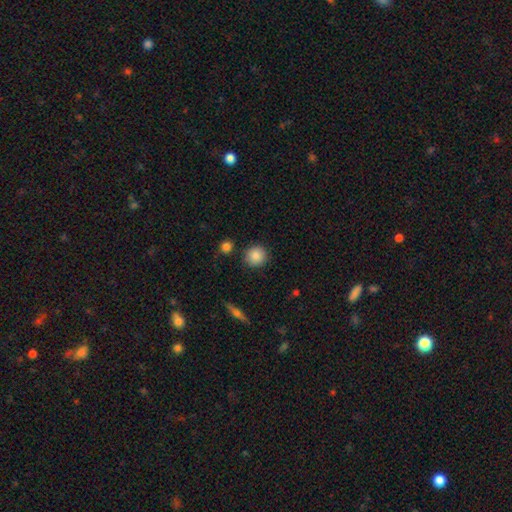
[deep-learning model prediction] The model was most divided on "smooth or featured": smooth: 87%, star or artifact: 8%, featured or disk: 5%. More confident: how rounded — round (90%); merging — none (87%).